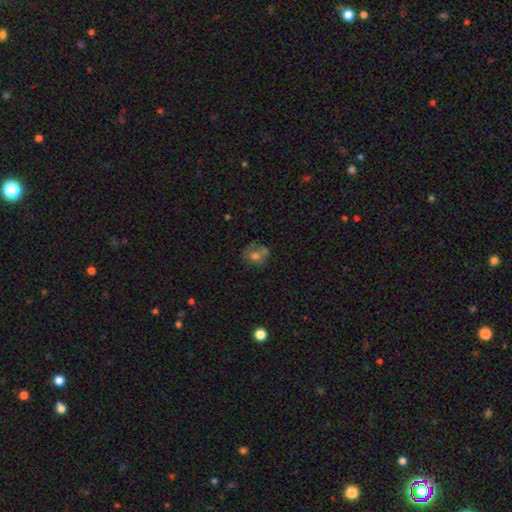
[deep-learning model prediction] Smooth or featured? Predicted: smooth (p=0.56). How rounded? Predicted: round (p=0.68). Merging? Predicted: none (p=0.46).